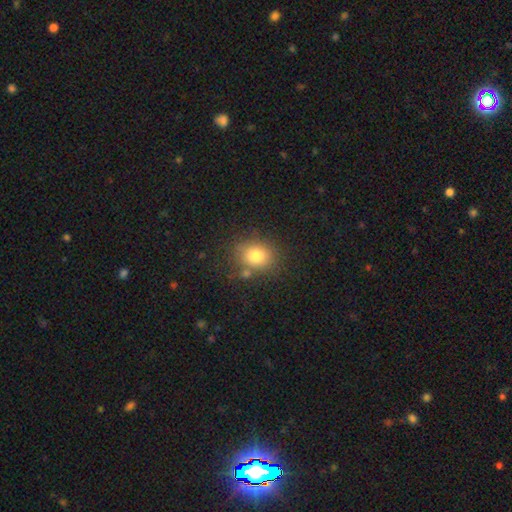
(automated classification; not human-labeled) A smooth galaxy with no disk features (79%) that is round (61%).

Vote fractions:
- Smooth or featured? smooth: 79% / star or artifact: 12% / featured or disk: 9%
- How rounded? round: 61% / in between: 38% / cigar-shaped: 1%
- Merging? none: 75% / minor disturbance: 13% / merger: 8% / major disturbance: 4%